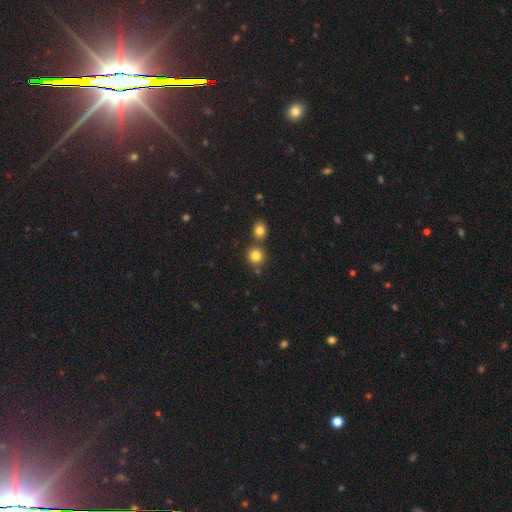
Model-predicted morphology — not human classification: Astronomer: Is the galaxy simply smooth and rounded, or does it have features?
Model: smooth — 82%.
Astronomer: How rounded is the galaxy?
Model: round — 90%.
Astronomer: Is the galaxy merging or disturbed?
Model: none — 67%.